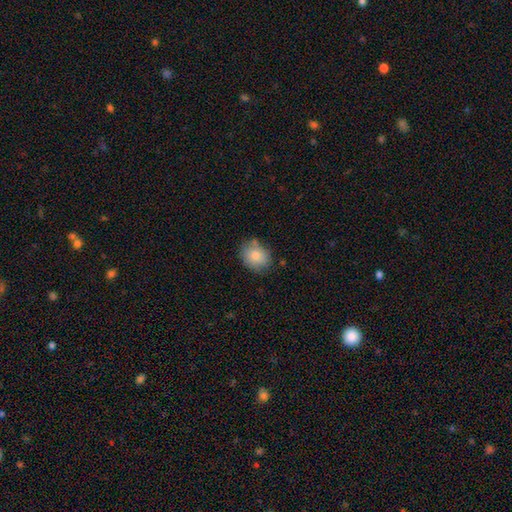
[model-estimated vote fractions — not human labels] Morphology: type=smooth (82%); roundness=in between (50%); merging=none (70%).